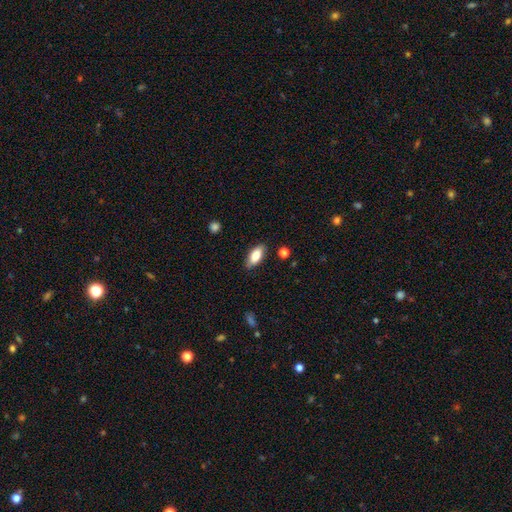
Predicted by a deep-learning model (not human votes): Morphology: type=smooth (81%); roundness=in between (85%); merging=none (86%).